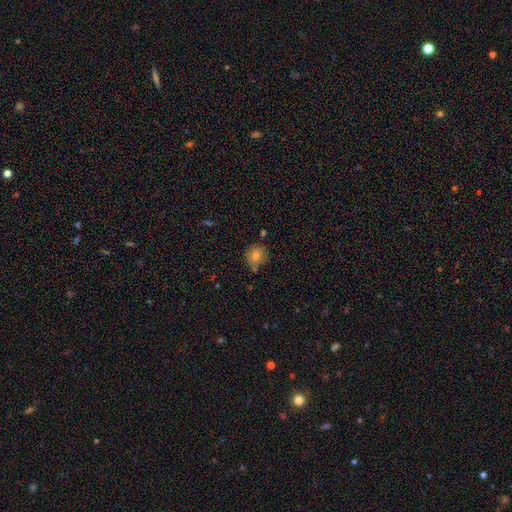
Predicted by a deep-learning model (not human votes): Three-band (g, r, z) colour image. It shows a smooth galaxy with no disk features (70%) that is round (83%). Merging: none (77%).